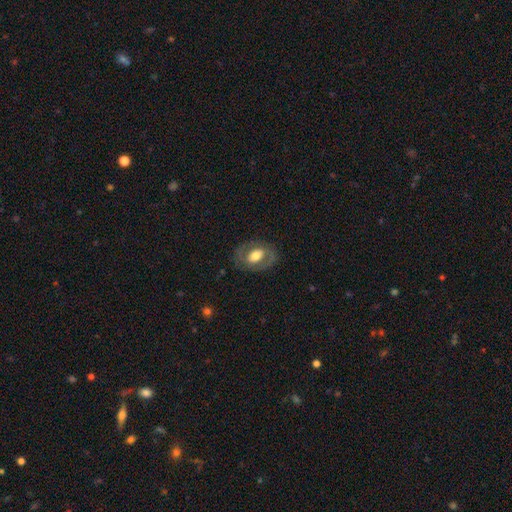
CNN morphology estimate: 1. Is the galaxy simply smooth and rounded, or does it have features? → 53% featured or disk, 41% smooth, 7% star or artifact.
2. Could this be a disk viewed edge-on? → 93% no, 7% yes.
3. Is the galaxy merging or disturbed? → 75% none, 15% minor disturbance, 8% major disturbance, 1% merger.